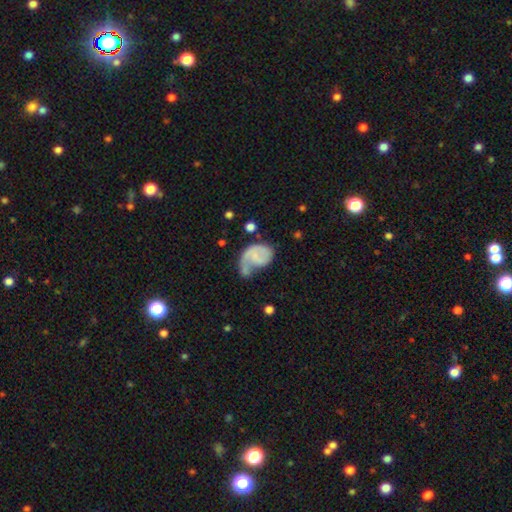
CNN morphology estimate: This appears to be a featured or disk galaxy (54%) with no bar (67%), spiral arms (76%) and no central bulge (49%). Merging: major disturbance (40%).